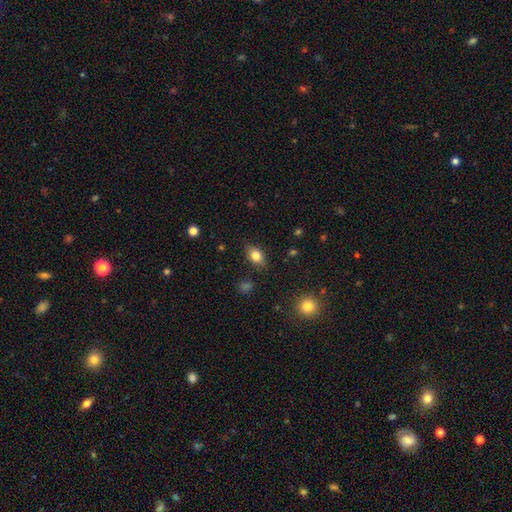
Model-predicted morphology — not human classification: A smooth galaxy with no disk features (81%) that is in between round and cigar-shaped (82%). Merging: none (83%).